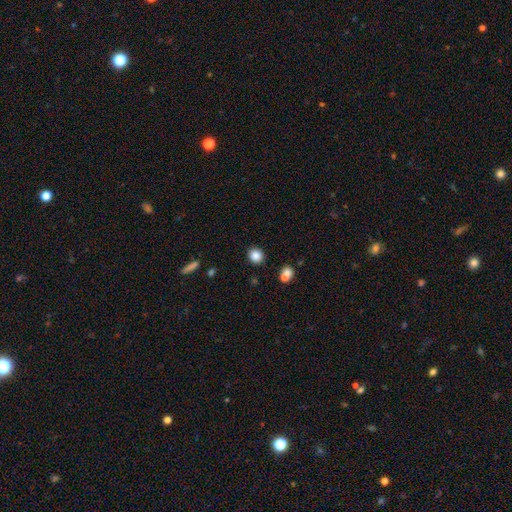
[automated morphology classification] Q: Smooth or featured?
A: smooth (85%); runner-up: star or artifact (10%)
Q: How rounded?
A: round (83%); runner-up: in between (16%)
Q: Merging?
A: none (87%); runner-up: minor disturbance (7%)